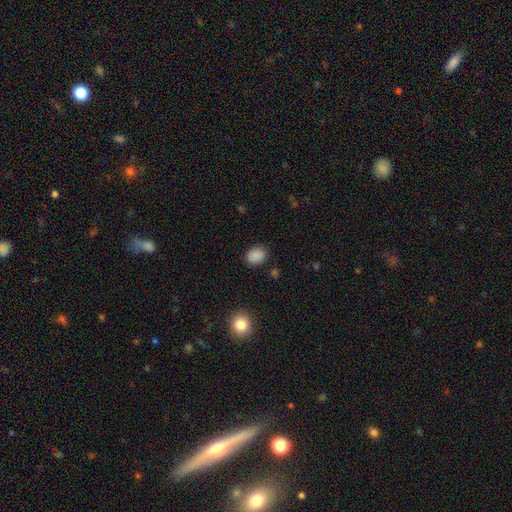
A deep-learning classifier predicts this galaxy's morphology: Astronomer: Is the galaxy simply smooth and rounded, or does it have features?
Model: smooth — 87%.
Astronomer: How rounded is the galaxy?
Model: in between — 55% (runner-up: round, 44%).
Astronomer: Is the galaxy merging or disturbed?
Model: none — 85%.